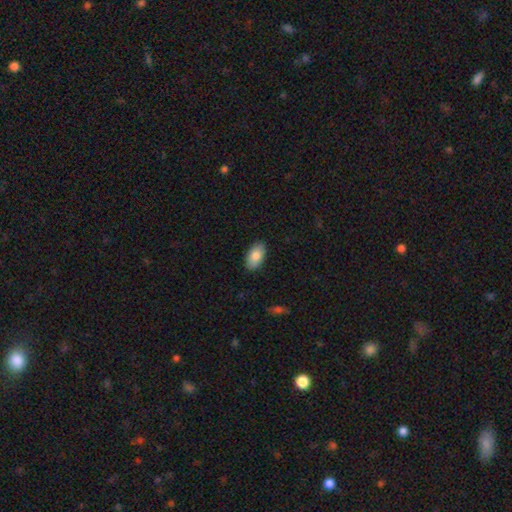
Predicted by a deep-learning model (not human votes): A smooth galaxy with no disk features (83%) that is in between round and cigar-shaped (94%). Merging: none (88%).